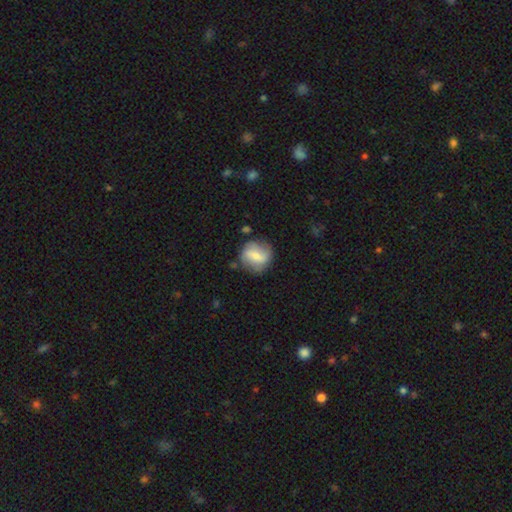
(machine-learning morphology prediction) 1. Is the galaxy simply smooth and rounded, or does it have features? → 48% featured or disk, 45% smooth, 7% star or artifact.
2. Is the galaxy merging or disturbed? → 71% none, 19% minor disturbance, 7% major disturbance, 3% merger.